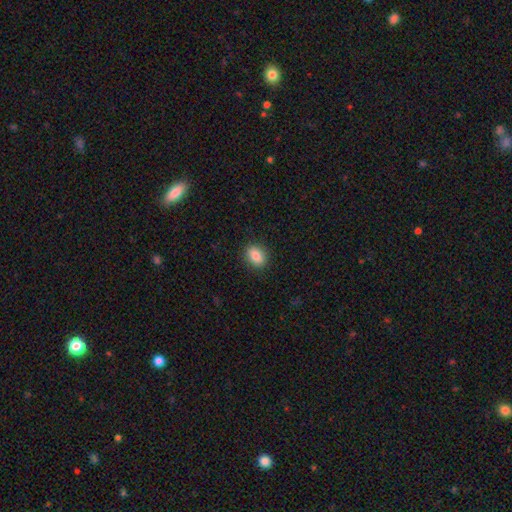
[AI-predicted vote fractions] A smooth galaxy with no disk features (86%) that is in between round and cigar-shaped (71%). Merging: none (89%).